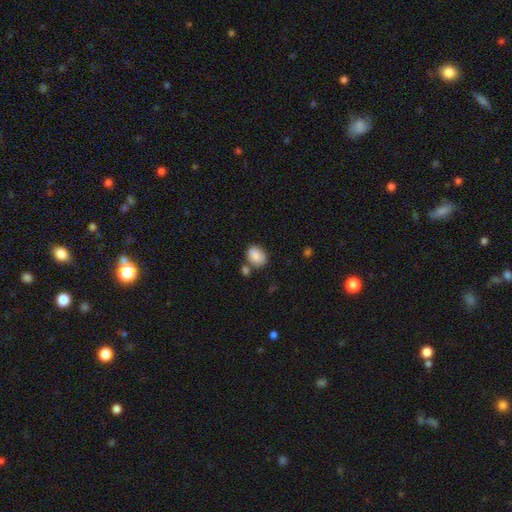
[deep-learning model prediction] smooth-or-featured: smooth: 86% | star or artifact: 7% | featured or disk: 6%
  how-rounded: in between: 64% | round: 35% | cigar-shaped: 1%
  merging: none: 63% | merger: 16% | minor disturbance: 16% | major disturbance: 4%